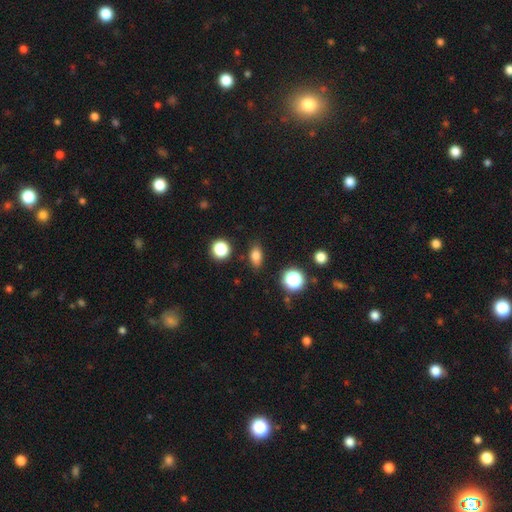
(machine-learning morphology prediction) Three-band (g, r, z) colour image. It shows a smooth galaxy with no disk features (79%) that is in between round and cigar-shaped (78%). Merging: none (84%).